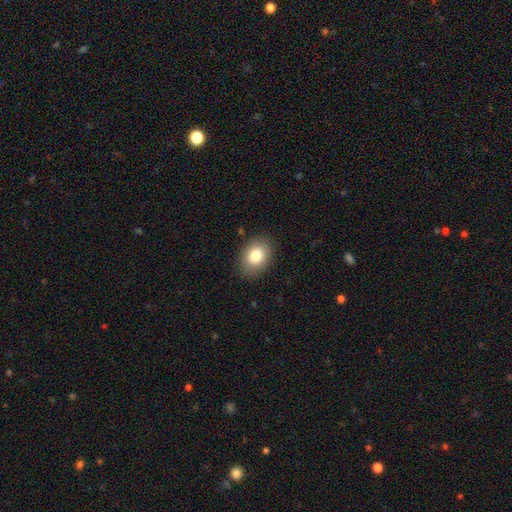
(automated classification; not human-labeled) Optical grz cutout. It shows a smooth galaxy with no disk features (82%) that is in between round and cigar-shaped (73%). Merging: none (86%).